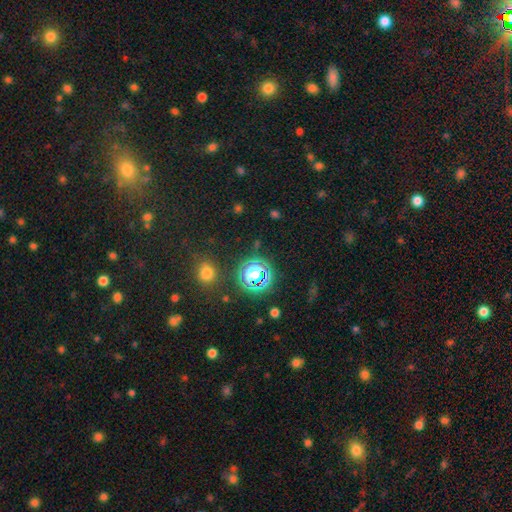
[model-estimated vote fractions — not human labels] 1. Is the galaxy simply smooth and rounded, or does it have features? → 54% star or artifact, 40% smooth, 6% featured or disk.